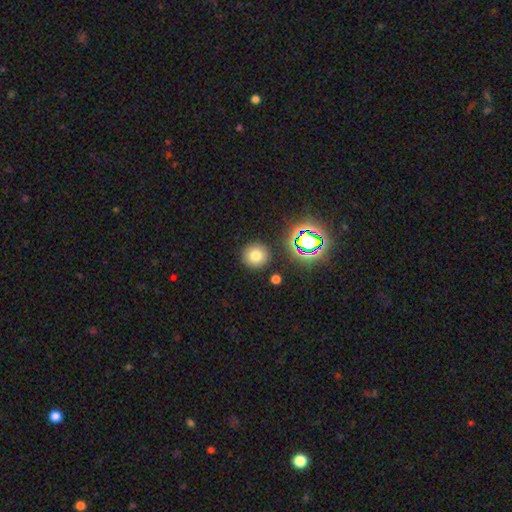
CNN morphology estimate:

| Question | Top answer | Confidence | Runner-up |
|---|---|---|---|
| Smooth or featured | smooth | 73% | star or artifact (18%) |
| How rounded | round | 93% | in between (6%) |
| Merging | none | 88% | minor disturbance (7%) |